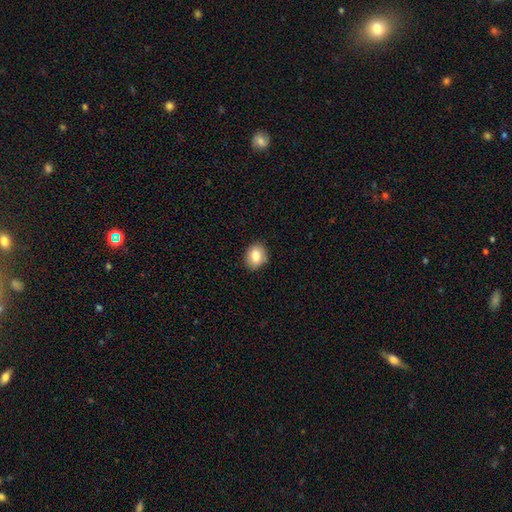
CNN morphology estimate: Smooth or featured?
  - smooth: 82% *
  - featured or disk: 9%
  - star or artifact: 9%
How rounded?
  - in between: 50% *
  - round: 49%
  - cigar-shaped: 1%
Merging?
  - none: 86% *
  - minor disturbance: 10%
  - major disturbance: 2%
  - merger: 1%